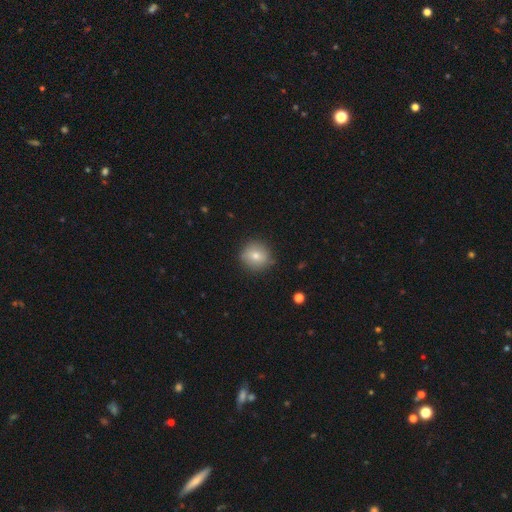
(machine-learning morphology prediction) Smooth or featured? smooth (75%)
How rounded? round (90%)
Merging? none (83%)